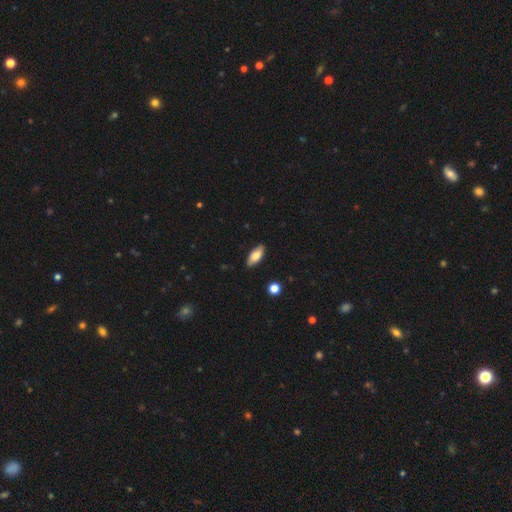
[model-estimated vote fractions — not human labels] Overall: smooth (77%). How rounded: in between (82%). Merging: none (86%).